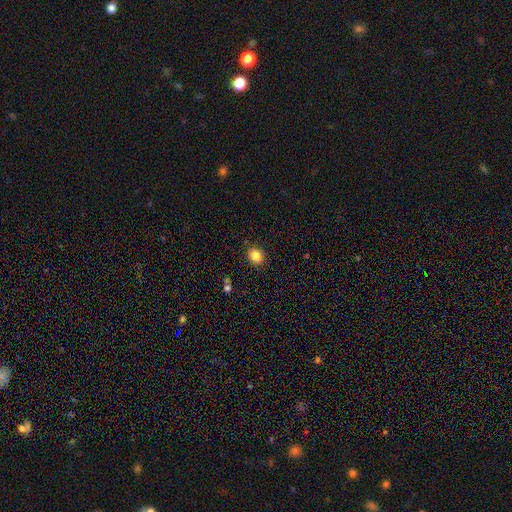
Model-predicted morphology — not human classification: smooth 84%, star or artifact 11%, featured or disk 5%. Down the decision tree: how rounded — round (70%); merging — none (89%).